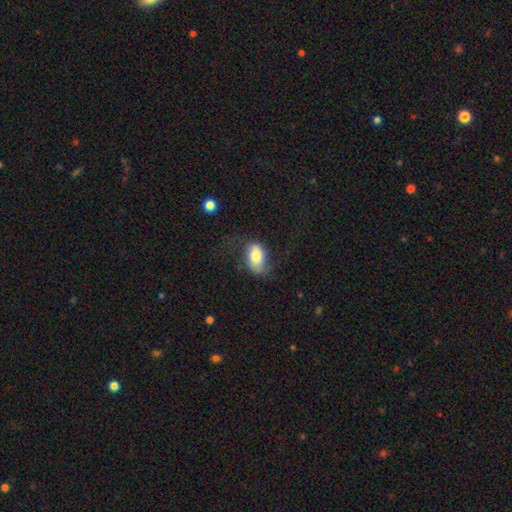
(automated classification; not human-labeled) The model was most divided on "merging": none: 49%, minor disturbance: 29%, major disturbance: 19%, merger: 2%. More confident: how rounded — in between (91%); smooth or featured — smooth (74%).